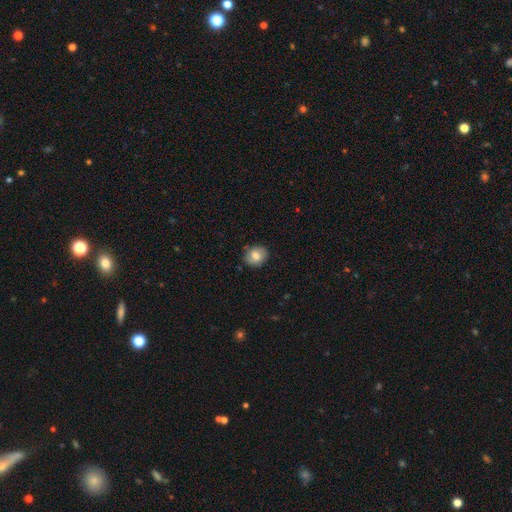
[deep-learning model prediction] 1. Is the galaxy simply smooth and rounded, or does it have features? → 77% smooth, 14% featured or disk, 9% star or artifact.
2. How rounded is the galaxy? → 69% round, 30% in between, 1% cigar-shaped.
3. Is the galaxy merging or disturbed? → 82% none, 14% minor disturbance, 3% major disturbance, 1% merger.